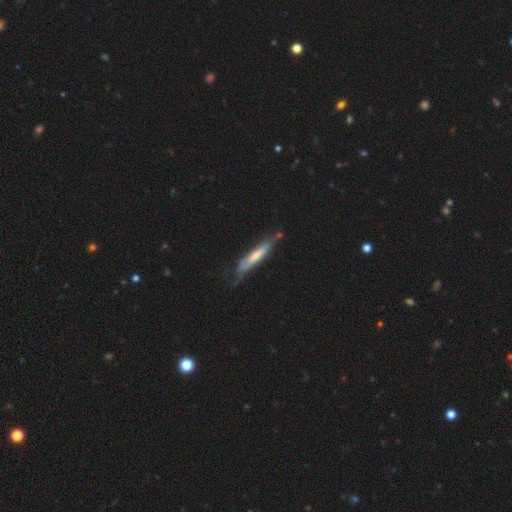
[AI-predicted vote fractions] featured or disk 56%, smooth 39%, star or artifact 5%. Down the decision tree: edge-on disk — yes (67%); merging — none (57%).